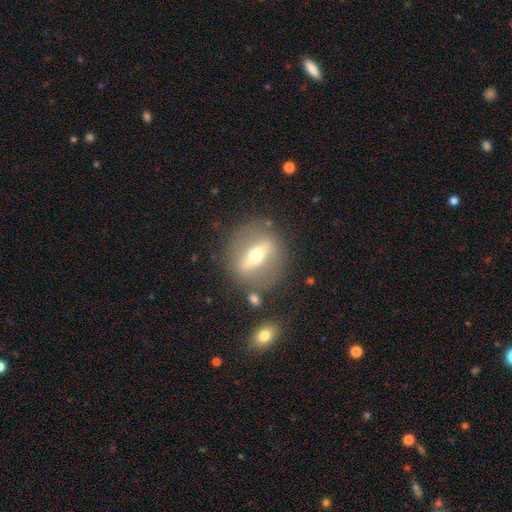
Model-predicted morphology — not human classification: Q: Smooth or featured?
A: featured or disk (67%); runner-up: smooth (25%)
Q: Edge-on disk?
A: no (52%); runner-up: yes (48%)
Q: Merging?
A: none (81%); runner-up: minor disturbance (10%)